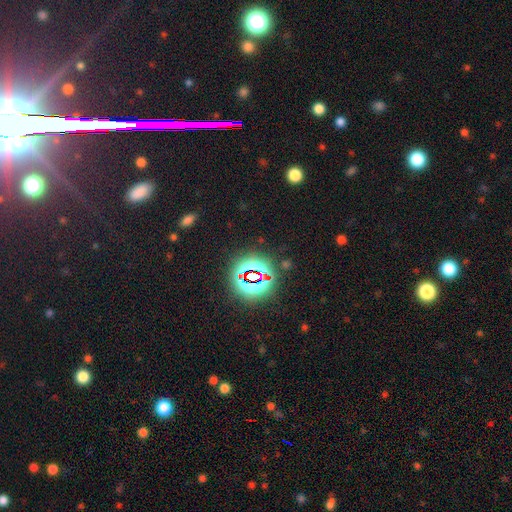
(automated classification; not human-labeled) smooth-or-featured: star or artifact: 80% | smooth: 10% | featured or disk: 10%